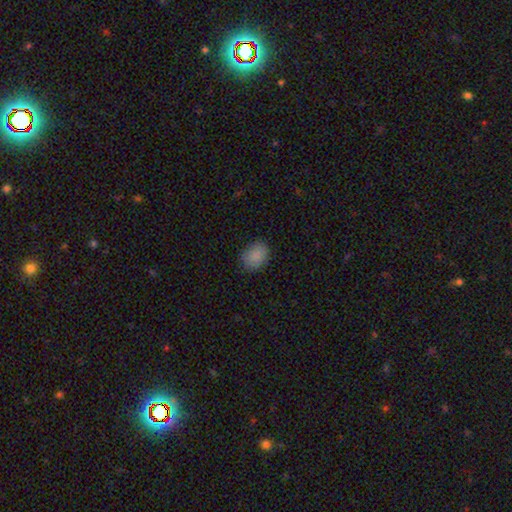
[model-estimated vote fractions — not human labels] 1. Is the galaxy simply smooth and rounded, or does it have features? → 88% smooth, 8% star or artifact, 4% featured or disk.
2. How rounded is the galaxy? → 60% in between, 39% round, 1% cigar-shaped.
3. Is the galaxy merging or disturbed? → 84% none, 12% minor disturbance, 3% major disturbance, 1% merger.